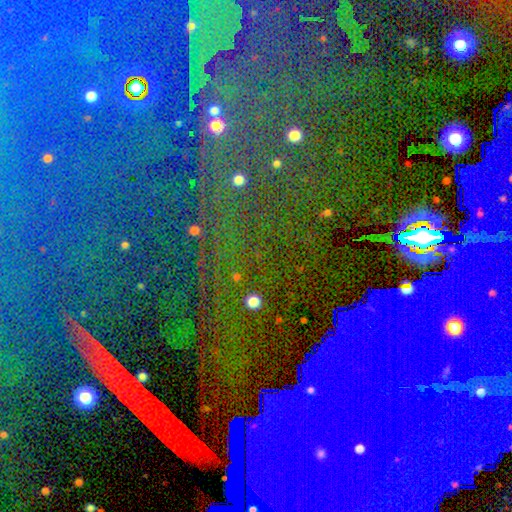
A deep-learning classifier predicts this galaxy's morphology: smooth_or_featured: star or artifact (p=0.85) [alt: smooth p=0.08]